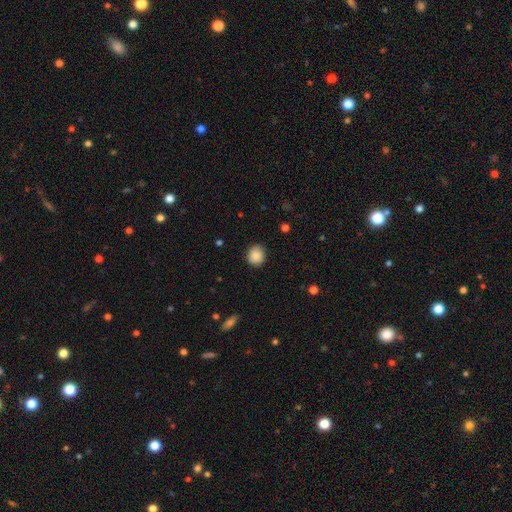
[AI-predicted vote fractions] Morphology: type=smooth (88%); roundness=round (81%); merging=none (86%).